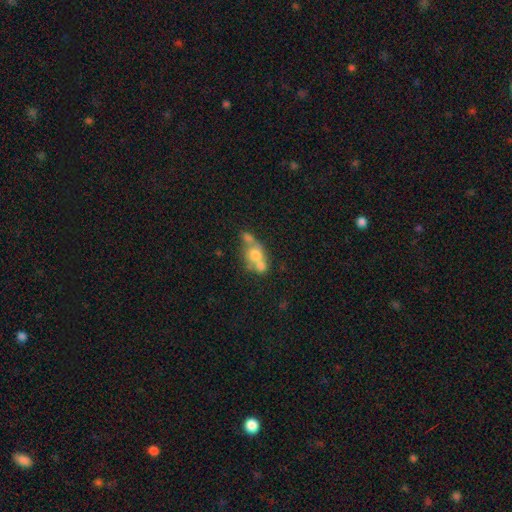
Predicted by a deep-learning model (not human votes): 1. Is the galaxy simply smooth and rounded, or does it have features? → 54% smooth, 34% featured or disk, 12% star or artifact.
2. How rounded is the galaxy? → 51% in between, 45% round, 4% cigar-shaped.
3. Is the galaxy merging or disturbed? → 55% merger, 28% none, 10% minor disturbance, 7% major disturbance.